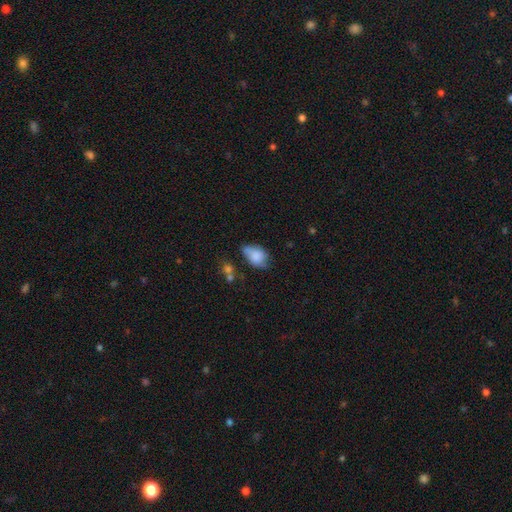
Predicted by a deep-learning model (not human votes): smooth-or-featured: smooth: 80% | featured or disk: 13% | star or artifact: 8%
  how-rounded: in between: 84% | round: 14% | cigar-shaped: 2%
  merging: none: 41% | minor disturbance: 39% | major disturbance: 12% | merger: 7%